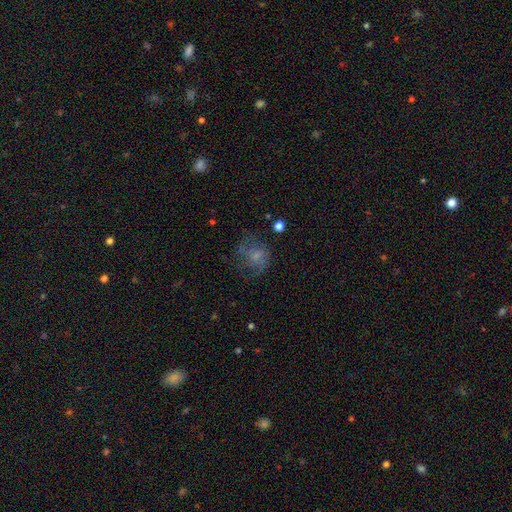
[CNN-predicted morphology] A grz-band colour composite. It shows a smooth galaxy with no disk features (52%) that is round (66%). Merging: none (51%).